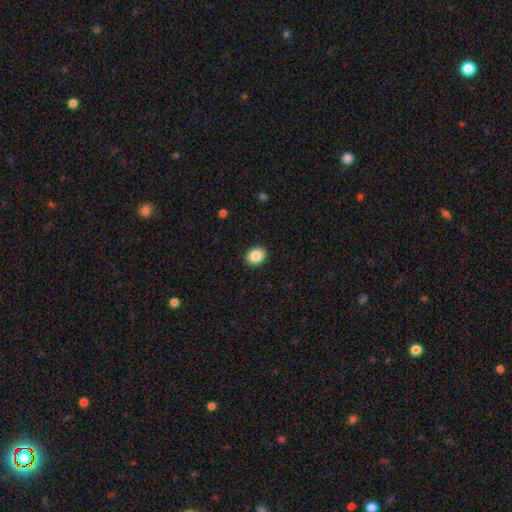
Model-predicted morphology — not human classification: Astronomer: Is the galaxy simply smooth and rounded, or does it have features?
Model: smooth — 86%.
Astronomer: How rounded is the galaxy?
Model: in between — 52% (runner-up: round, 47%).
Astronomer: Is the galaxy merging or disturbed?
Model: none — 90%.